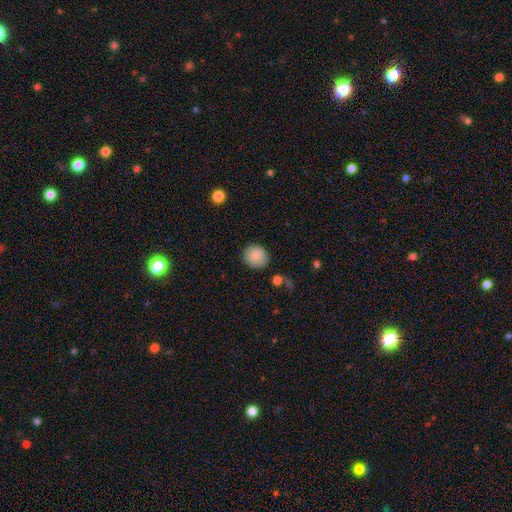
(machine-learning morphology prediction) A smooth galaxy with no disk features (87%) that is round (81%). Merging: none (86%).